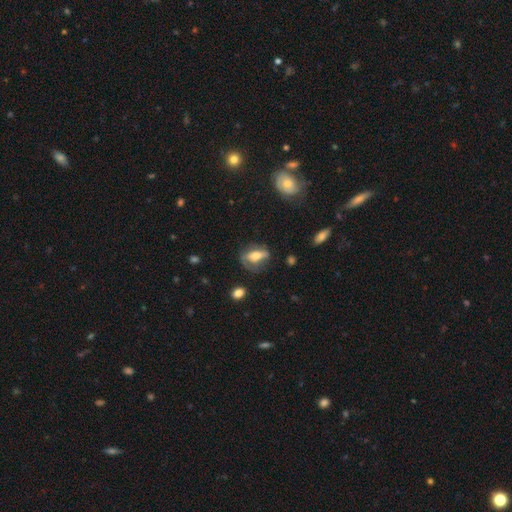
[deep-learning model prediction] Q: Smooth or featured?
A: smooth (51%); runner-up: featured or disk (40%)
Q: How rounded?
A: in between (74%); runner-up: cigar-shaped (15%)
Q: Merging?
A: none (50%); runner-up: minor disturbance (26%)